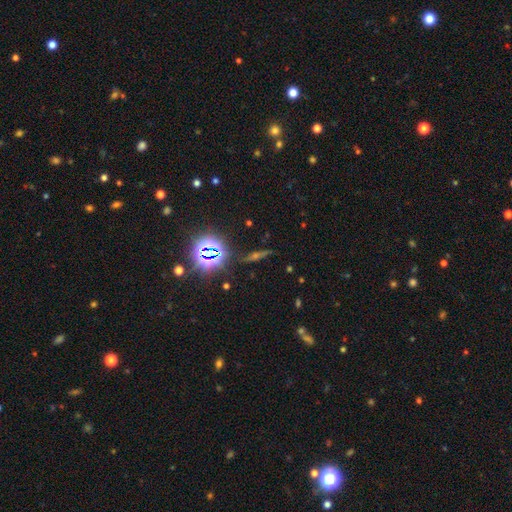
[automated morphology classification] Overall: star or artifact (44%; featured or disk 36%).